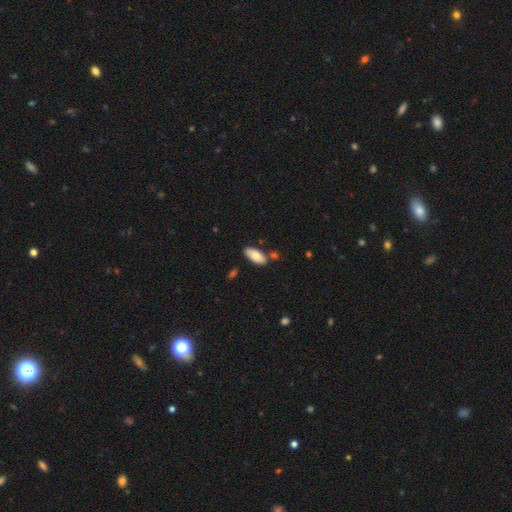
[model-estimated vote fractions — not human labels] Smooth or featured? Predicted: smooth (p=0.83). How rounded? Predicted: in between (p=0.90). Merging? Predicted: none (p=0.77).